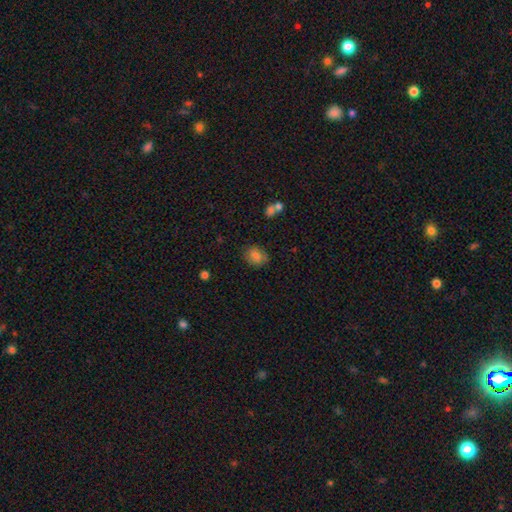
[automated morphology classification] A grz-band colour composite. It shows a smooth galaxy with no disk features (81%) that is round (56%). Merging: none (79%).